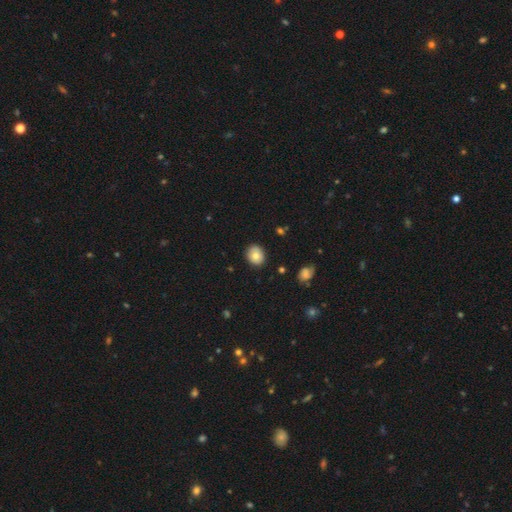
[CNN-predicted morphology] smooth-or-featured: smooth: 77% | featured or disk: 14% | star or artifact: 9%
  how-rounded: round: 68% | in between: 31% | cigar-shaped: 1%
  merging: none: 85% | minor disturbance: 11% | major disturbance: 2% | merger: 1%